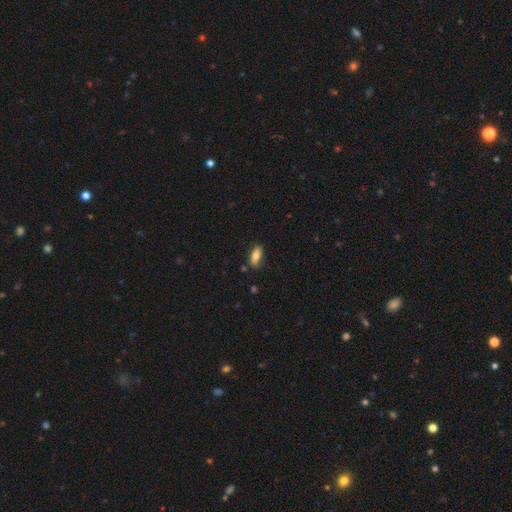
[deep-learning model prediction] smooth-or-featured: smooth: 78% | featured or disk: 15% | star or artifact: 7%
  how-rounded: in between: 84% | cigar-shaped: 13% | round: 3%
  merging: none: 77% | minor disturbance: 17% | major disturbance: 3% | merger: 2%